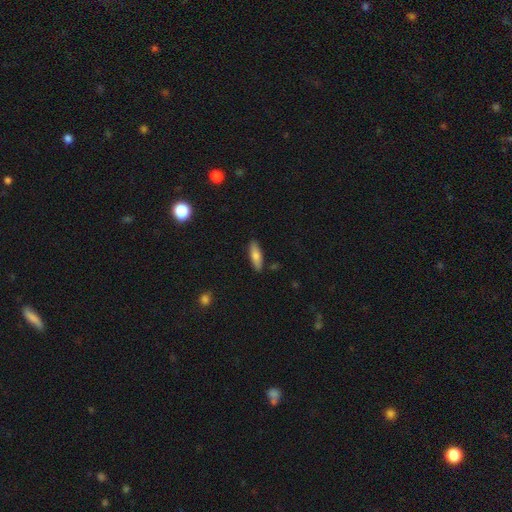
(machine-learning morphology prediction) smooth_or_featured: smooth (p=0.74) [alt: featured or disk p=0.19]
how_rounded: cigar-shaped (p=0.50) [alt: in between p=0.48]
merging: none (p=0.88) [alt: minor disturbance p=0.09]